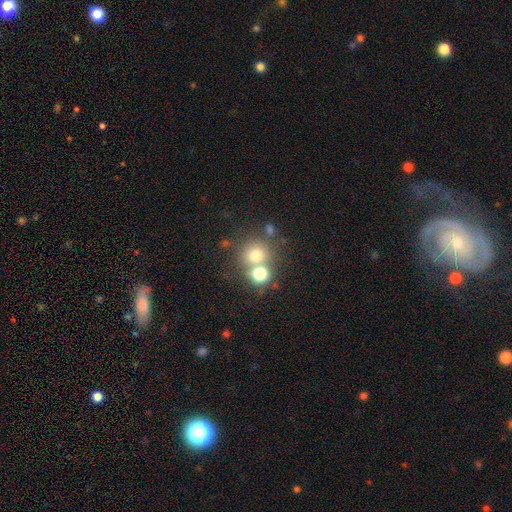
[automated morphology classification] type=smooth (72%); roundness=round (87%); merging=none (49%).